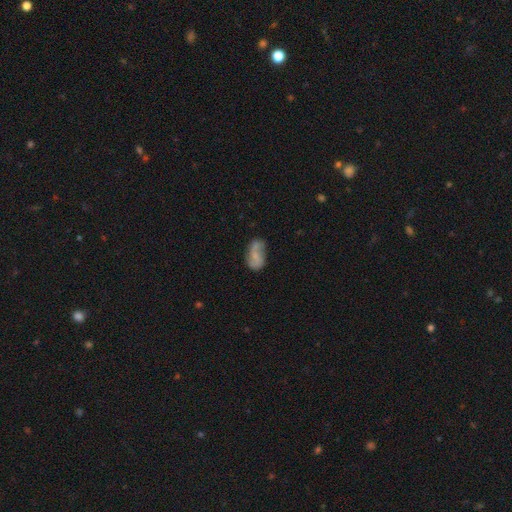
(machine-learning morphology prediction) featured or disk 57%, smooth 35%, star or artifact 8%. Down the decision tree: edge-on disk — no (97%); bar — no (54%); spiral arms — yes (84%); bulge size — small (49%); merging — none (56%).